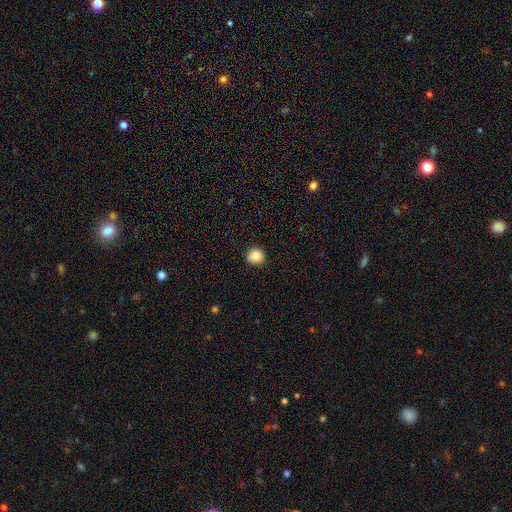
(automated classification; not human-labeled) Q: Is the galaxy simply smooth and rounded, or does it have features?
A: smooth — 83%.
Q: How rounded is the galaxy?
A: round — 91%.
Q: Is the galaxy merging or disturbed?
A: none — 90%.